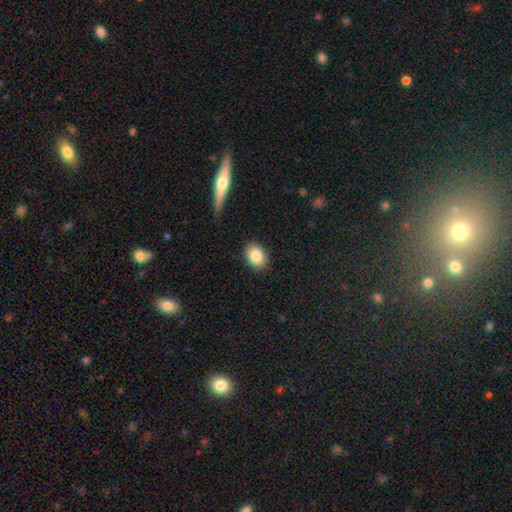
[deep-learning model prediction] Overall: smooth (86%). How rounded: in between (68%; round 31%). Merging: none (86%).